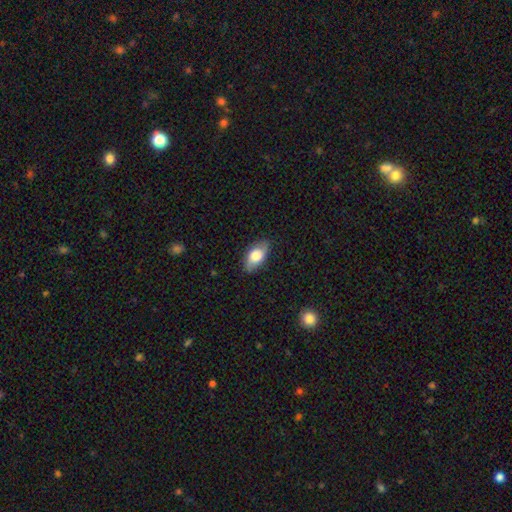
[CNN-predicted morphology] smooth 71%, featured or disk 22%, star or artifact 7%. Down the decision tree: how rounded — in between (90%); merging — none (82%).